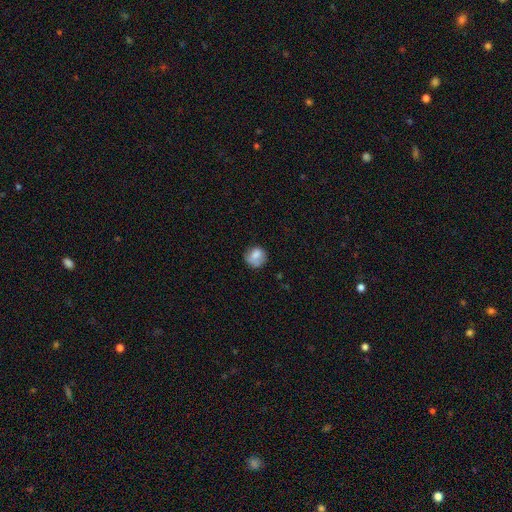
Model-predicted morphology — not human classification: Smooth or featured: smooth — 76% (featured or disk — 15%)
How rounded: round — 81% (in between — 18%)
Merging: none — 62% (minor disturbance — 25%)